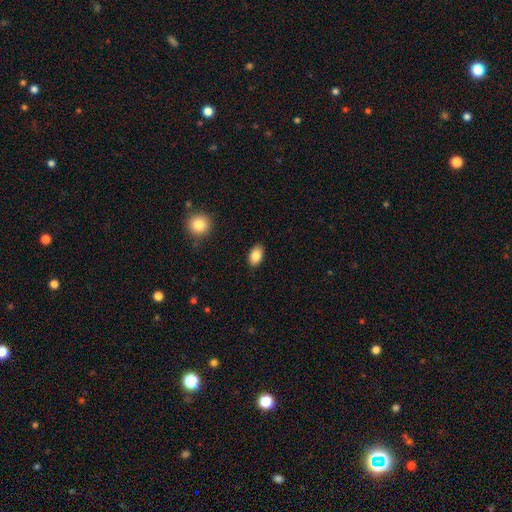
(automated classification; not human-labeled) The model was most divided on "smooth or featured": smooth: 85%, star or artifact: 8%, featured or disk: 7%. More confident: how rounded — in between (89%); merging — none (88%).